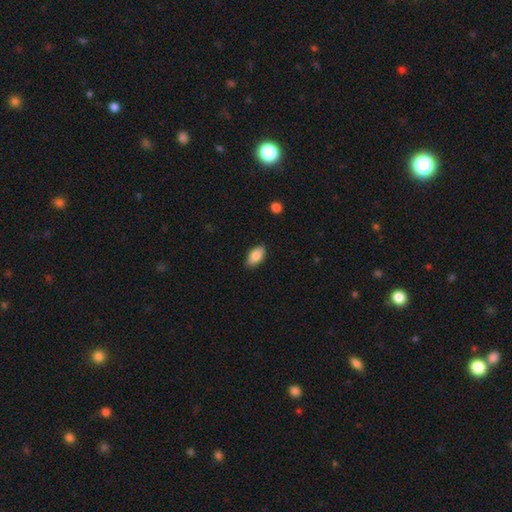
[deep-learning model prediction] A smooth galaxy with no disk features (82%) that is in between round and cigar-shaped (92%).

Vote fractions:
- Smooth or featured? smooth: 82% / featured or disk: 11% / star or artifact: 7%
- How rounded? in between: 92% / round: 4% / cigar-shaped: 4%
- Merging? none: 86% / minor disturbance: 11% / major disturbance: 2% / merger: 1%